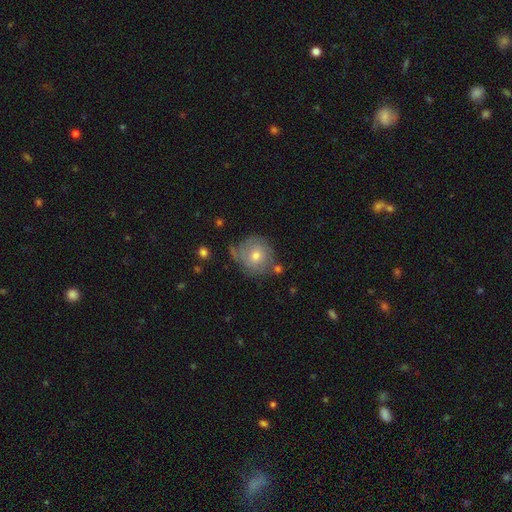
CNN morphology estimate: This is possibly a smooth galaxy (50%). Merging: possibly none (60%).